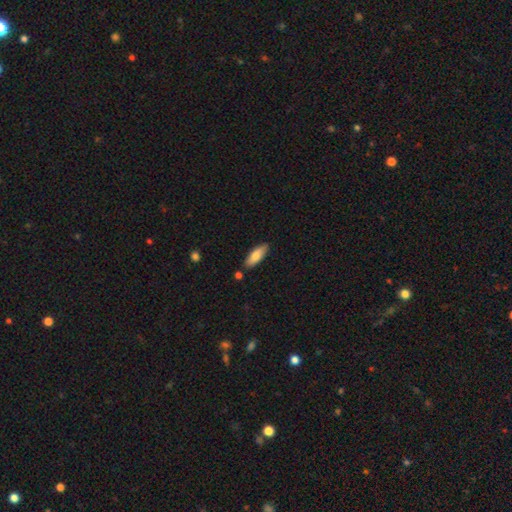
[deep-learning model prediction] A smooth galaxy with no disk features (79%) that is in between round and cigar-shaped (63%).

Vote fractions:
- Smooth or featured? smooth: 79% / featured or disk: 15% / star or artifact: 6%
- How rounded? in between: 63% / cigar-shaped: 36% / round: 2%
- Merging? none: 83% / minor disturbance: 12% / merger: 4% / major disturbance: 2%